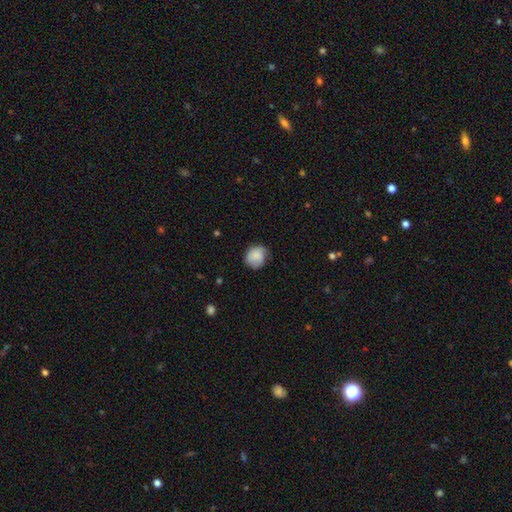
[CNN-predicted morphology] This appears to be a smooth galaxy with no disk features (81%) that is round (76%). Merging: none (68%).